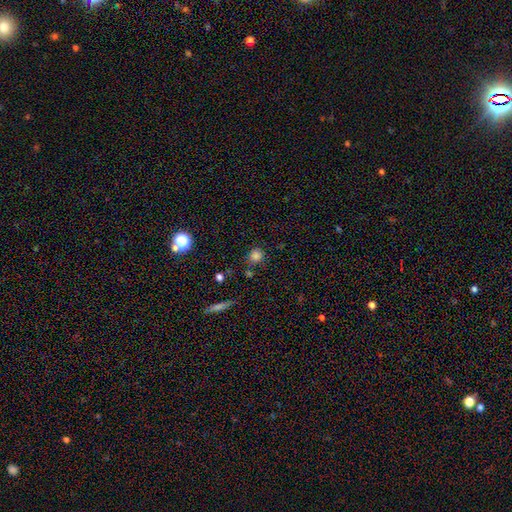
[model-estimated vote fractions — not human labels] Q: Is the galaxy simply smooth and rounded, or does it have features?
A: smooth — 80%.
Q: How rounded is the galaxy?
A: round — 88%.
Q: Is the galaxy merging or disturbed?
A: none — 76%.